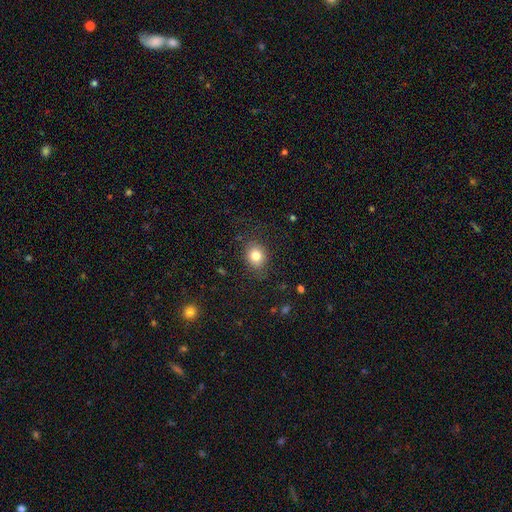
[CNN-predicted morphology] smooth_or_featured: smooth (p=0.81) [alt: star or artifact p=0.11]
how_rounded: round (p=0.61) [alt: in between p=0.38]
merging: none (p=0.82) [alt: minor disturbance p=0.13]